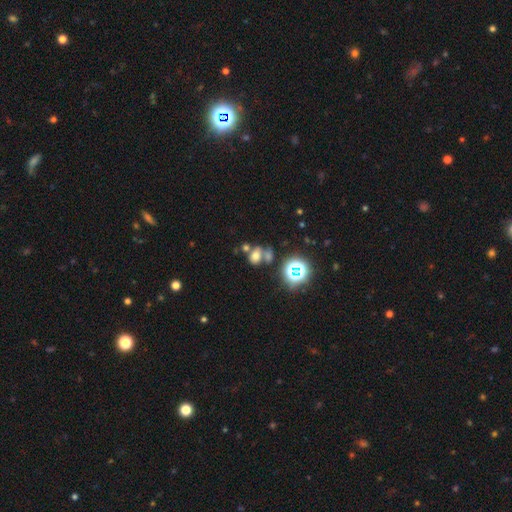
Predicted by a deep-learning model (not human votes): smooth-or-featured: smooth: 57% | star or artifact: 28% | featured or disk: 14%
  how-rounded: in between: 60% | round: 38% | cigar-shaped: 2%
  merging: none: 42% | merger: 37% | minor disturbance: 13% | major disturbance: 8%